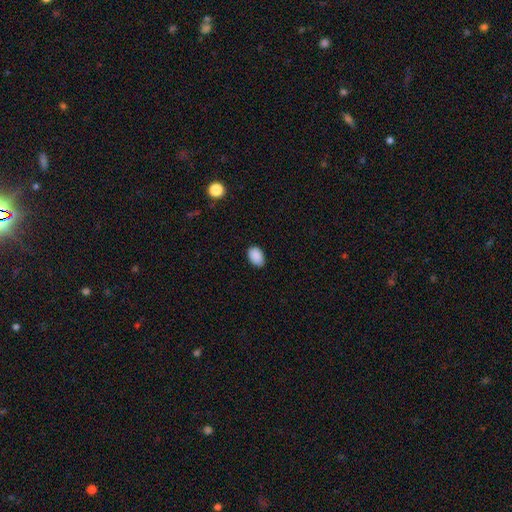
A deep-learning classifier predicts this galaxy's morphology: smooth-or-featured: smooth: 89% | star or artifact: 8% | featured or disk: 3%
  how-rounded: in between: 86% | round: 13% | cigar-shaped: 1%
  merging: none: 82% | minor disturbance: 15% | major disturbance: 2% | merger: 1%